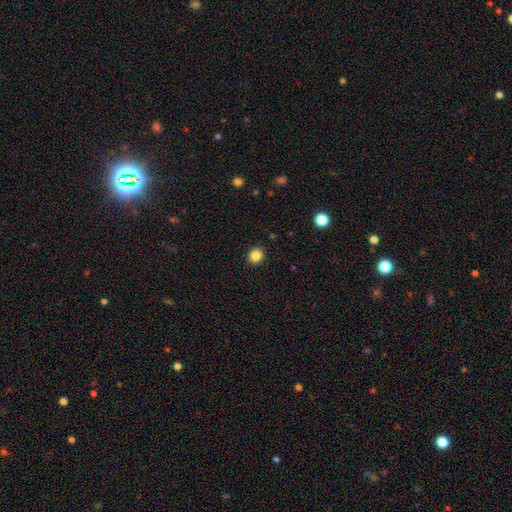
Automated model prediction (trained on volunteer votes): Q: Smooth or featured?
A: smooth (85%); runner-up: star or artifact (11%)
Q: How rounded?
A: round (83%); runner-up: in between (16%)
Q: Merging?
A: none (92%); runner-up: minor disturbance (6%)